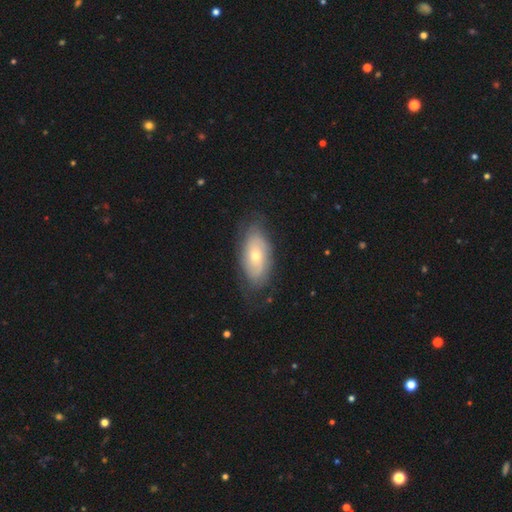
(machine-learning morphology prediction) featured or disk 49%, smooth 44%, star or artifact 7%. Down the decision tree: merging — none (74%).